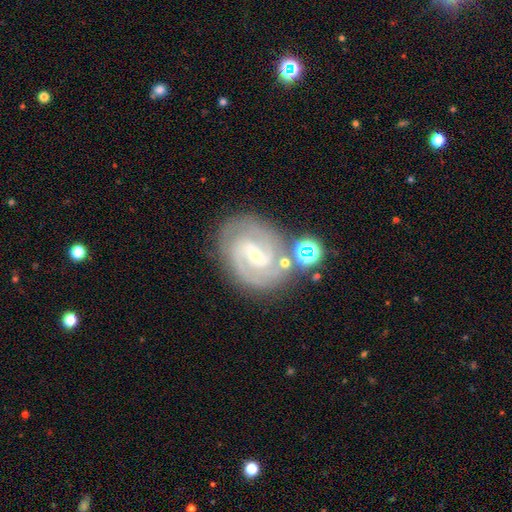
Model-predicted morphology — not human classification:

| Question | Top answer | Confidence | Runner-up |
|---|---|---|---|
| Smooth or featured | featured or disk | 87% | smooth (7%) |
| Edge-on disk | no | 97% | yes (3%) |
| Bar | weak | 44% | no (36%) |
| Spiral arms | yes | 97% | no (3%) |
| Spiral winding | tight | 52% | medium (40%) |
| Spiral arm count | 2 | 62% | 3 (16%) |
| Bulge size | small | 80% | moderate (17%) |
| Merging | none | 72% | minor disturbance (15%) |